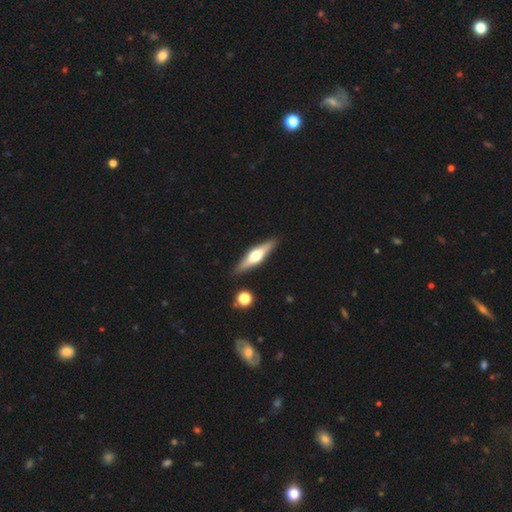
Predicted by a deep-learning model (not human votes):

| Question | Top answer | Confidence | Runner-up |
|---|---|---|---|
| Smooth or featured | featured or disk | 62% | smooth (32%) |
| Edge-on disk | yes | 95% | no (5%) |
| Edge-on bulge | rounded | 93% | boxy (4%) |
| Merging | none | 89% | minor disturbance (8%) |